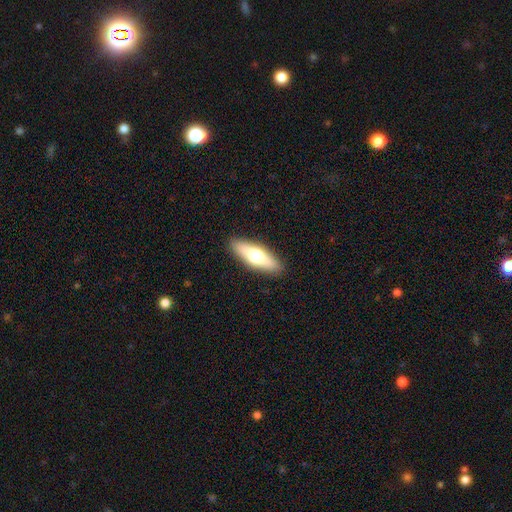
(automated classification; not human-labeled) Smooth or featured?
  - smooth: 59% *
  - featured or disk: 35%
  - star or artifact: 6%
How rounded?
  - cigar-shaped: 53% *
  - in between: 45%
  - round: 2%
Merging?
  - none: 89% *
  - minor disturbance: 8%
  - major disturbance: 2%
  - merger: 1%